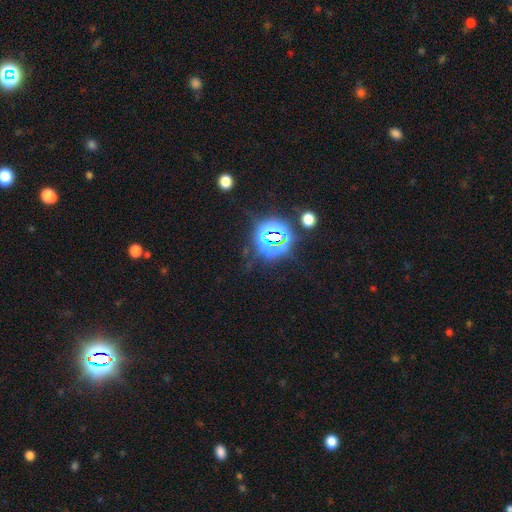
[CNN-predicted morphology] The model was most divided on "smooth or featured": star or artifact: 81%, smooth: 13%, featured or disk: 7%.